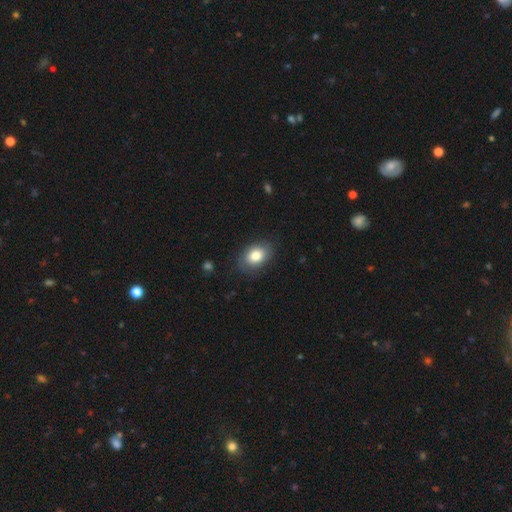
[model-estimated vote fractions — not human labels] A smooth galaxy with no disk features (80%) that is in between round and cigar-shaped (80%).

Vote fractions:
- Smooth or featured? smooth: 80% / featured or disk: 13% / star or artifact: 8%
- How rounded? in between: 80% / round: 19% / cigar-shaped: 1%
- Merging? none: 82% / minor disturbance: 13% / major disturbance: 3% / merger: 1%